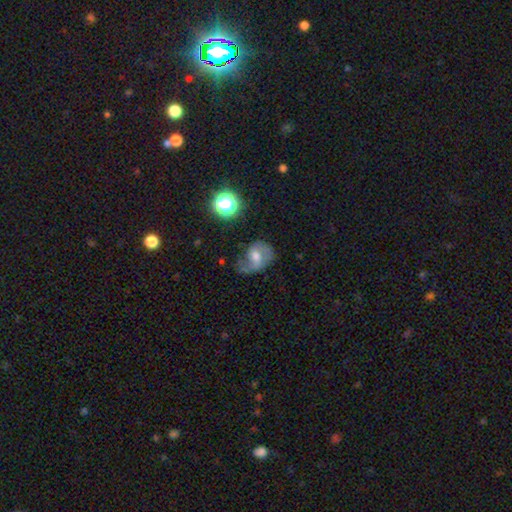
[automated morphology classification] A featured or disk galaxy (55%) with a weak bar (46%), spiral arms (79%) and a moderate central bulge (62%).

Vote fractions:
- Smooth or featured? featured or disk: 55% / smooth: 34% / star or artifact: 11%
- Edge-on disk? no: 97% / yes: 3%
- Bar? weak: 46% / no: 38% / strong: 16%
- Spiral arms? yes: 79% / no: 21%
- Bulge size? moderate: 62% / small: 24% / large: 10% / none: 4% / dominant: 1%
- Merging? none: 45% / minor disturbance: 29% / major disturbance: 23% / merger: 3%